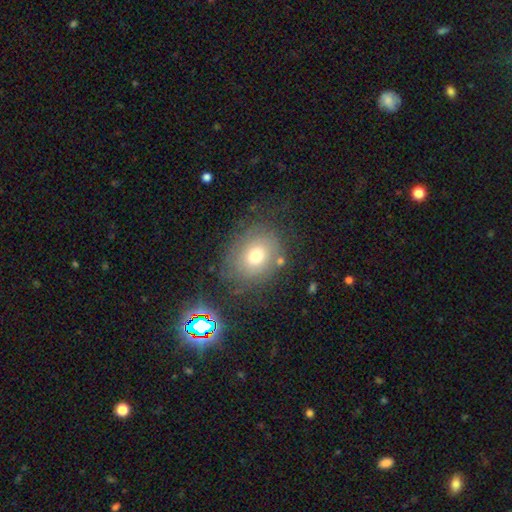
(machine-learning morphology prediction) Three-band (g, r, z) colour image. It shows a smooth galaxy with no disk features (63%) that is round (56%). Merging: none (71%).